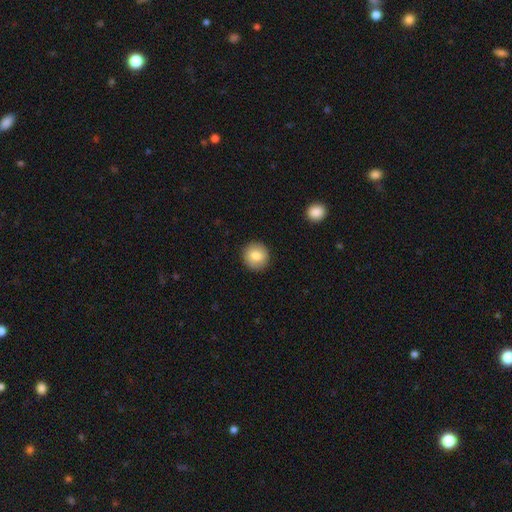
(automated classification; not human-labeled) Smooth or featured: smooth — 80% (featured or disk — 12%)
How rounded: round — 92% (in between — 7%)
Merging: none — 91% (minor disturbance — 6%)